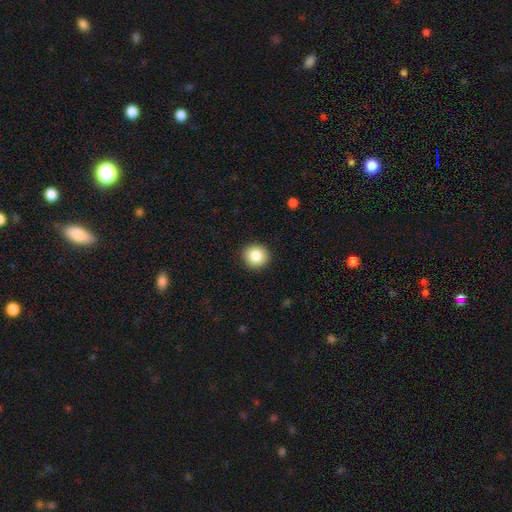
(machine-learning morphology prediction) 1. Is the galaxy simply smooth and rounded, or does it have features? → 86% smooth, 8% star or artifact, 6% featured or disk.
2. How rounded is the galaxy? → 93% round, 6% in between, 1% cigar-shaped.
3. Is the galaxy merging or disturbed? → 92% none, 5% minor disturbance, 2% major disturbance, 1% merger.